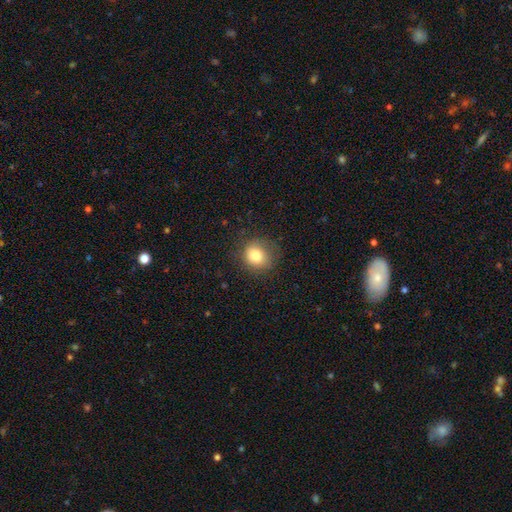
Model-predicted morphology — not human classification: smooth-or-featured: smooth: 80% | star or artifact: 11% | featured or disk: 9%
  how-rounded: round: 80% | in between: 19% | cigar-shaped: 1%
  merging: none: 80% | minor disturbance: 14% | major disturbance: 5% | merger: 1%